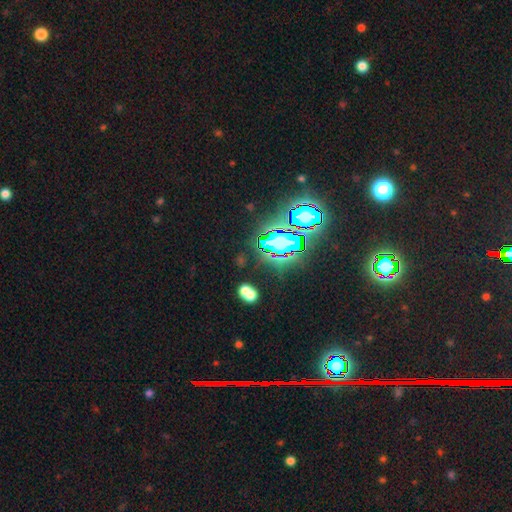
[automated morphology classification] smooth_or_featured: star or artifact (p=0.84) [alt: smooth p=0.09]